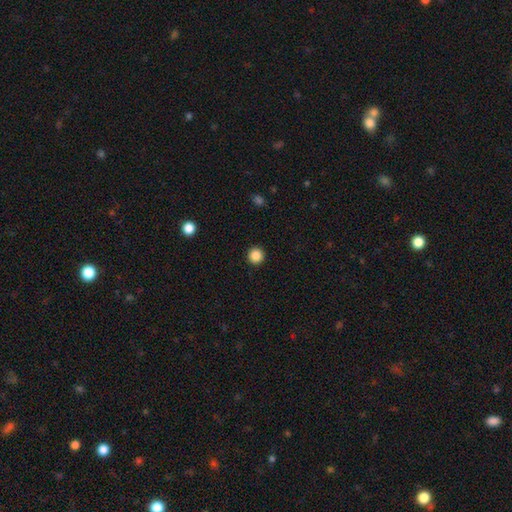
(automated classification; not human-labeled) A smooth galaxy with no disk features (86%) that is round (96%).

Vote fractions:
- Smooth or featured? smooth: 86% / star or artifact: 10% / featured or disk: 3%
- How rounded? round: 96% / in between: 3% / cigar-shaped: 1%
- Merging? none: 93% / minor disturbance: 4% / major disturbance: 2% / merger: 1%